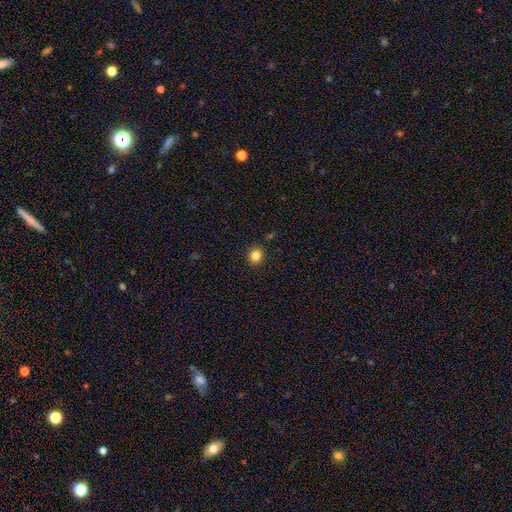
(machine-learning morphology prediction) This is clearly a smooth galaxy (83%). How rounded: clearly round (87%). Merging: clearly none (90%).